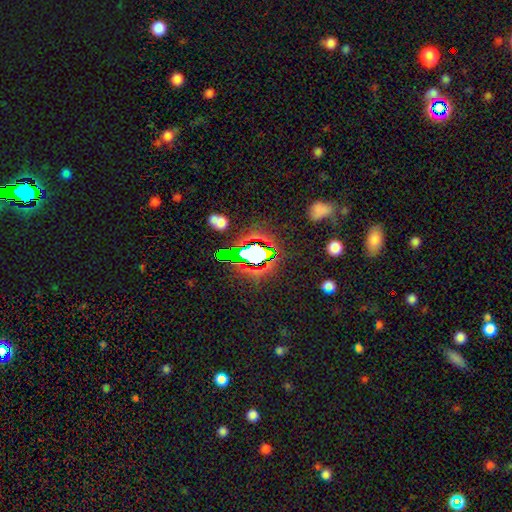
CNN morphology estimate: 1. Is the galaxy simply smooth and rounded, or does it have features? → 63% star or artifact, 23% smooth, 13% featured or disk.